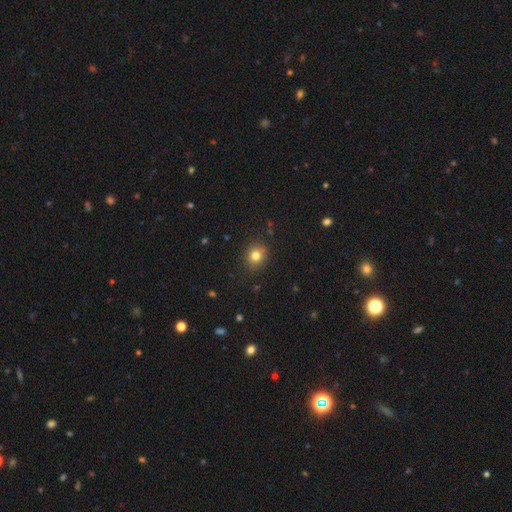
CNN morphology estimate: Smooth or featured? smooth (79%)
How rounded? round (77%)
Merging? none (84%)